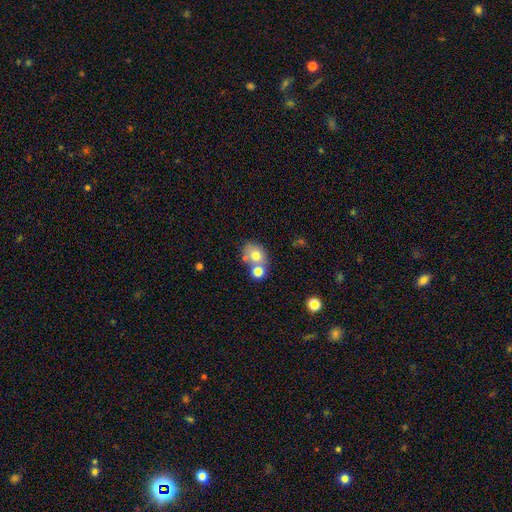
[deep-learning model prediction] smooth 71%, featured or disk 19%, star or artifact 11%. Down the decision tree: how rounded — in between (52%); merging — none (47%).